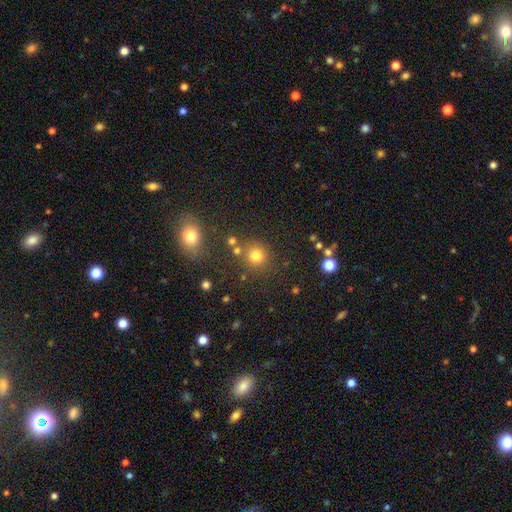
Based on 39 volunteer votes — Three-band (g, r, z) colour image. It shows a smooth galaxy with no disk features (82%) that is round (78%). Merging: none (69%).